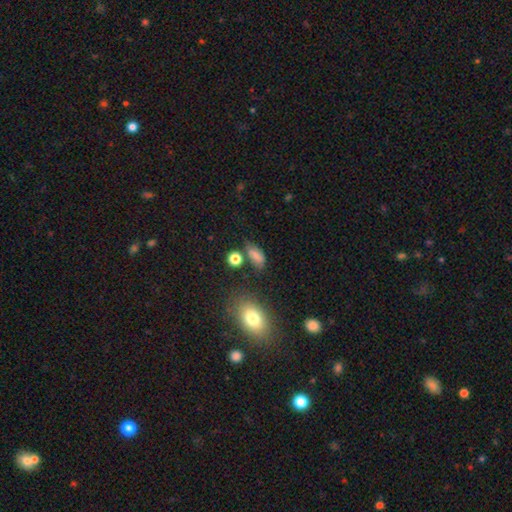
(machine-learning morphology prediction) Smooth or featured: smooth — 74% (star or artifact — 13%)
How rounded: in between — 82% (round — 12%)
Merging: none — 57% (minor disturbance — 24%)